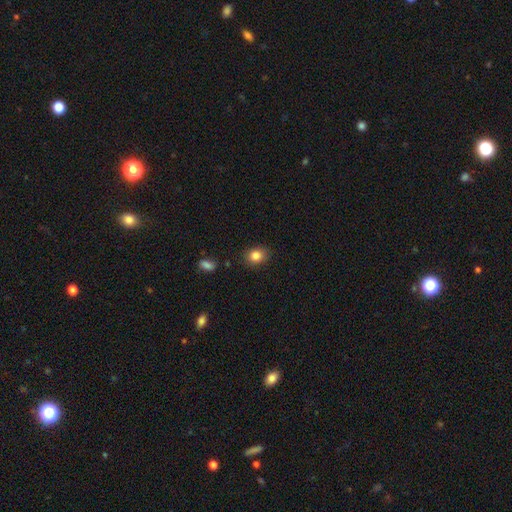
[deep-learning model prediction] This is clearly a smooth galaxy (84%). How rounded: possibly round (50%). Merging: clearly none (85%).